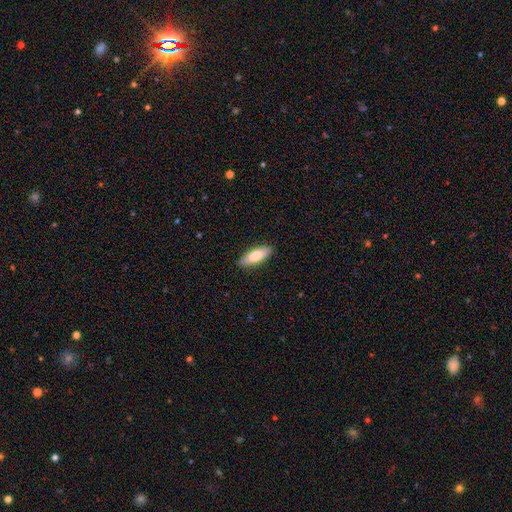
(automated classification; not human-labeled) The model was most divided on "how rounded": in between: 68%, cigar-shaped: 30%, round: 2%. More confident: merging — none (88%); smooth or featured — smooth (79%).